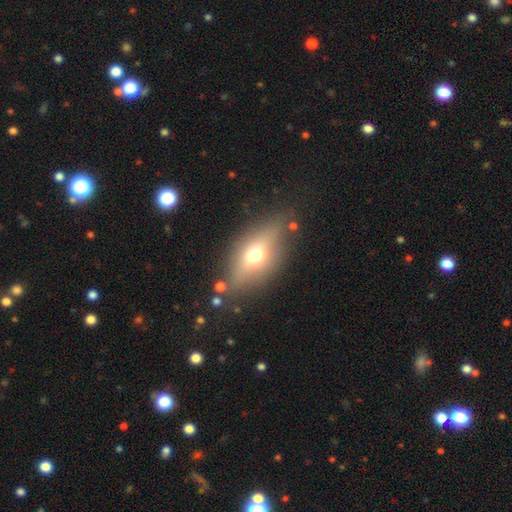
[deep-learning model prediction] A smooth galaxy with no disk features (51%) that is in between round and cigar-shaped (68%). Merging: none (77%).